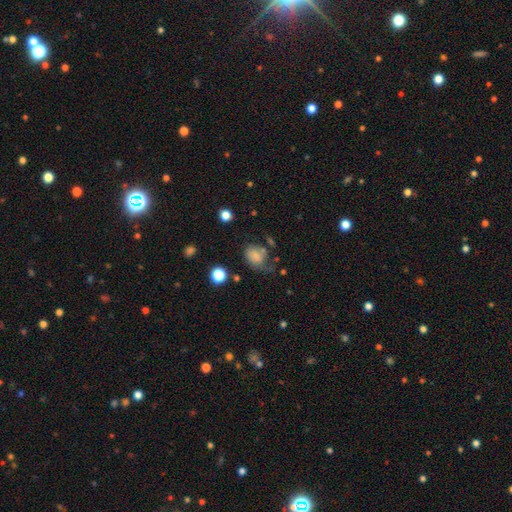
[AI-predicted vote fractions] Morphology: type=smooth (70%); roundness=in between (63%); merging=none (40%).